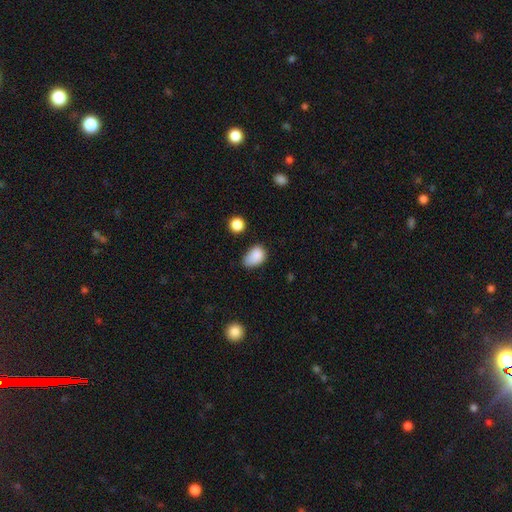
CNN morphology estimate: This appears to be a smooth galaxy with no disk features (85%) that is in between round and cigar-shaped (80%). Merging: none (43%).